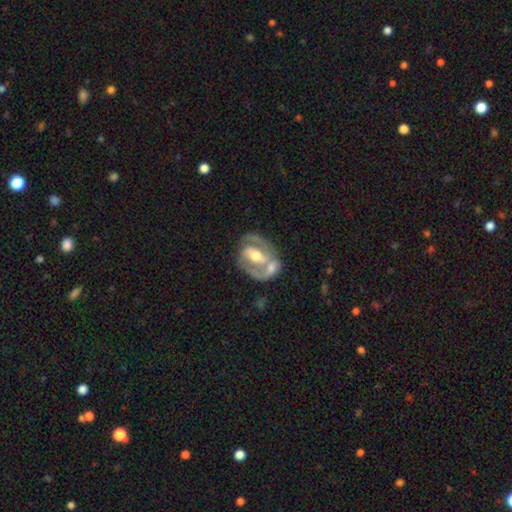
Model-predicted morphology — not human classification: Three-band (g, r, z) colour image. It shows a featured or disk galaxy (79%) with a strong bar (39%), 2 (77%) medium (46%) spiral arms (76%) and a moderate central bulge (71%). Merging: none (43%).